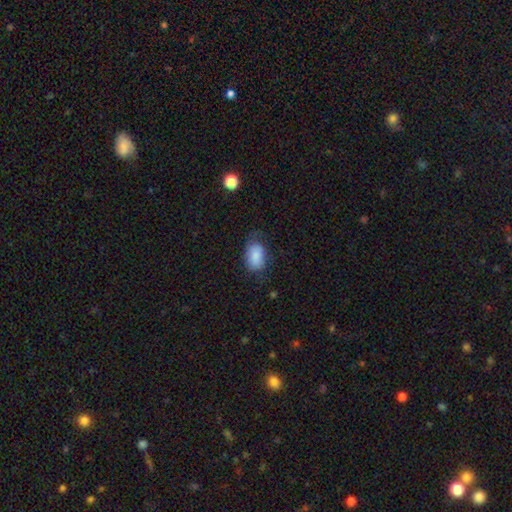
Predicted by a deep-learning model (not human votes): A smooth galaxy with no disk features (82%) that is in between round and cigar-shaped (88%). Merging: none (55%).